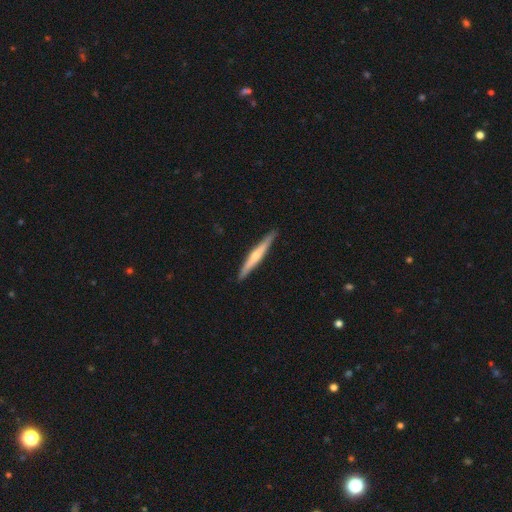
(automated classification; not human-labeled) Smooth or featured? featured or disk (59%)
Edge-on disk? yes (97%)
Edge-on bulge? rounded (73%)
Merging? none (91%)